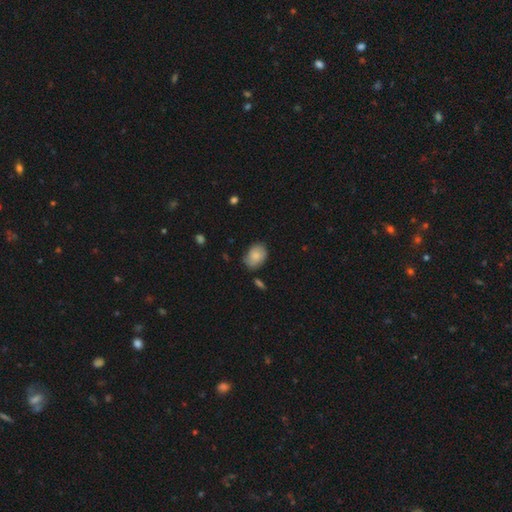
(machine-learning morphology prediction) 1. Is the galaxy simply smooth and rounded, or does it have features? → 80% smooth, 13% featured or disk, 7% star or artifact.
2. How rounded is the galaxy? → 73% in between, 26% round, 1% cigar-shaped.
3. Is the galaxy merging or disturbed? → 69% none, 24% minor disturbance, 5% major disturbance, 3% merger.